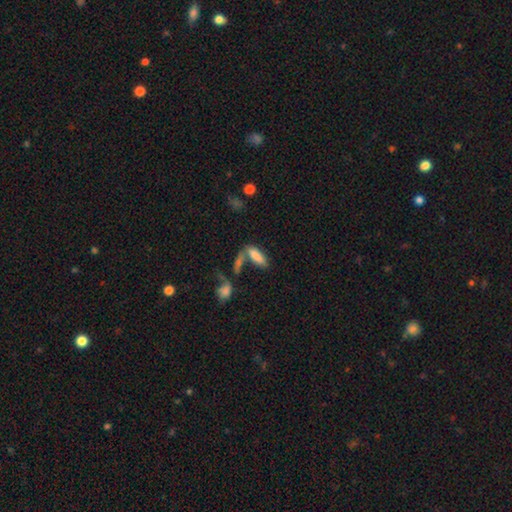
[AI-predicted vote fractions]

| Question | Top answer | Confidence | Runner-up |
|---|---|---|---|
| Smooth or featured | smooth | 81% | featured or disk (11%) |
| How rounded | in between | 67% | cigar-shaped (31%) |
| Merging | merger | 44% | none (34%) |